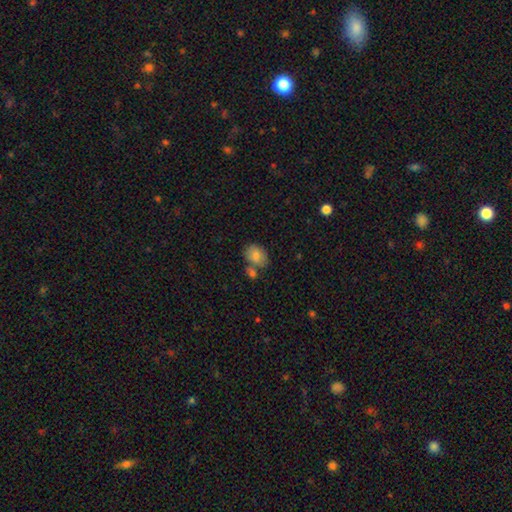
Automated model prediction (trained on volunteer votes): smooth-or-featured: smooth: 81% | featured or disk: 11% | star or artifact: 9%
  how-rounded: in between: 64% | round: 35% | cigar-shaped: 1%
  merging: none: 57% | merger: 23% | minor disturbance: 16% | major disturbance: 4%